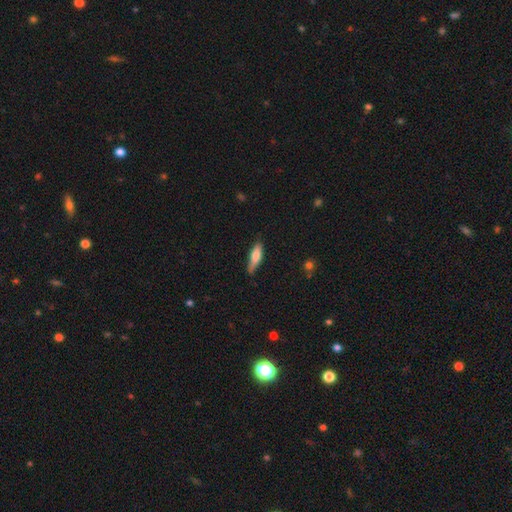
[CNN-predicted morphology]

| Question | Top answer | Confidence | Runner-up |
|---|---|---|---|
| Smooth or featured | smooth | 75% | featured or disk (19%) |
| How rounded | cigar-shaped | 59% | in between (39%) |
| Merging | none | 67% | minor disturbance (27%) |